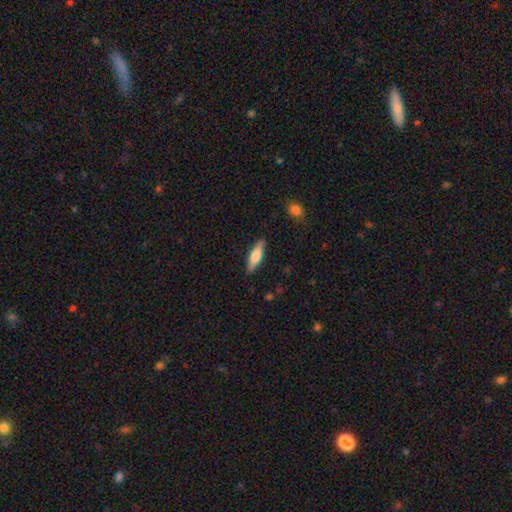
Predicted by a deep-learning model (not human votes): Smooth or featured?
  - smooth: 59% *
  - featured or disk: 35%
  - star or artifact: 6%
How rounded?
  - cigar-shaped: 60% *
  - in between: 38%
  - round: 2%
Merging?
  - none: 87% *
  - minor disturbance: 10%
  - major disturbance: 2%
  - merger: 1%